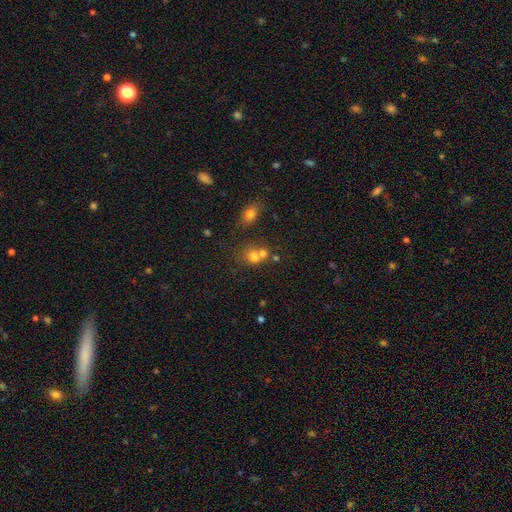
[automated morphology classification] This appears to be a smooth galaxy with no disk features (68%) that is round (58%). Merging: merger (51%).